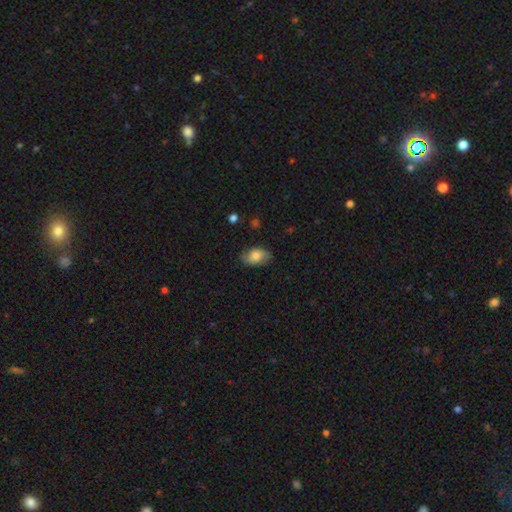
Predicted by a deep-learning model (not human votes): Smooth or featured: smooth — 63% (featured or disk — 28%)
How rounded: in between — 86% (round — 13%)
Merging: none — 72% (minor disturbance — 21%)